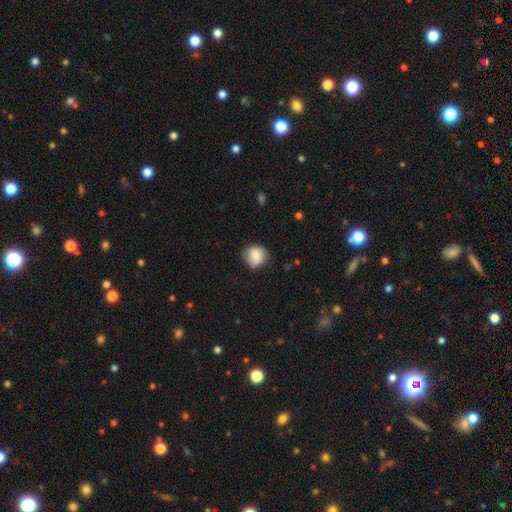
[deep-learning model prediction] Overall: smooth (79%). How rounded: round (81%). Merging: none (73%).